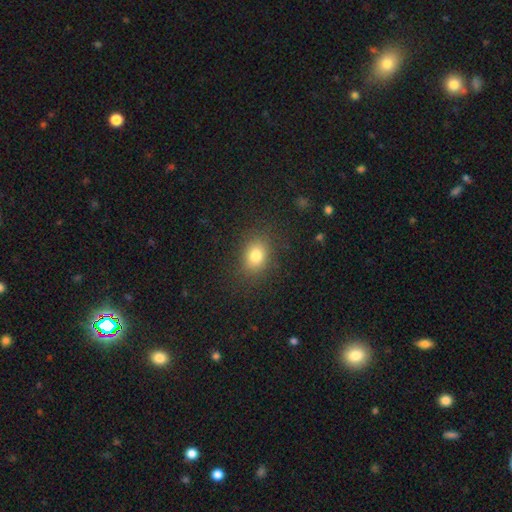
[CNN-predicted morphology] smooth-or-featured: smooth: 80% | star or artifact: 12% | featured or disk: 8%
  how-rounded: in between: 55% | round: 44% | cigar-shaped: 1%
  merging: none: 84% | minor disturbance: 10% | major disturbance: 4% | merger: 1%